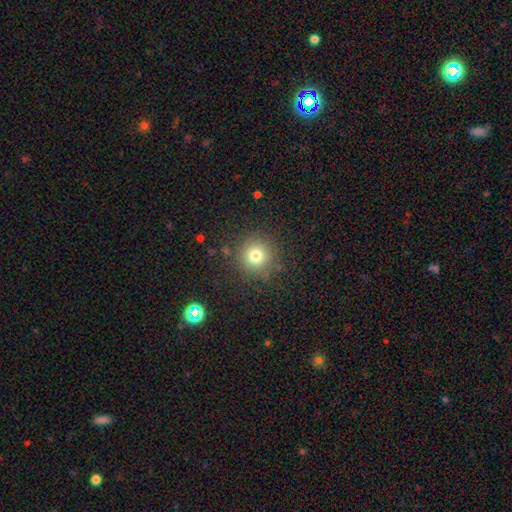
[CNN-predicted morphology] Q: Smooth or featured?
A: smooth (77%); runner-up: star or artifact (15%)
Q: How rounded?
A: round (95%); runner-up: in between (4%)
Q: Merging?
A: none (87%); runner-up: minor disturbance (8%)